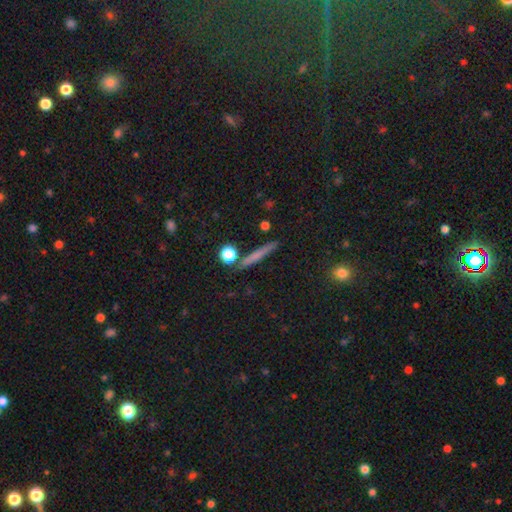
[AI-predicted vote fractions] This appears to be a smooth galaxy with no disk features (62%) that is cigar-shaped (86%). Merging: none (86%).